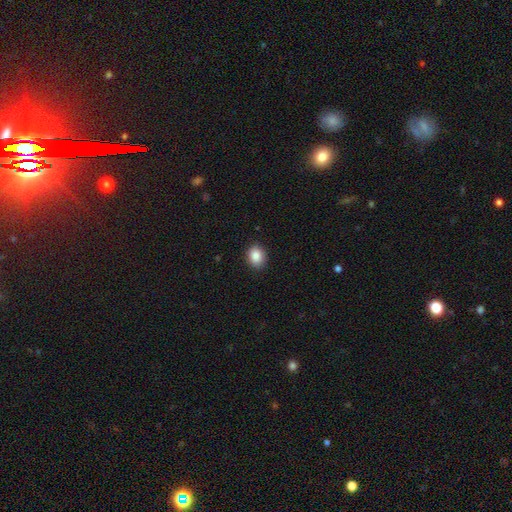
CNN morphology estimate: Smooth or featured? smooth (87%)
How rounded? round (50%)
Merging? none (89%)